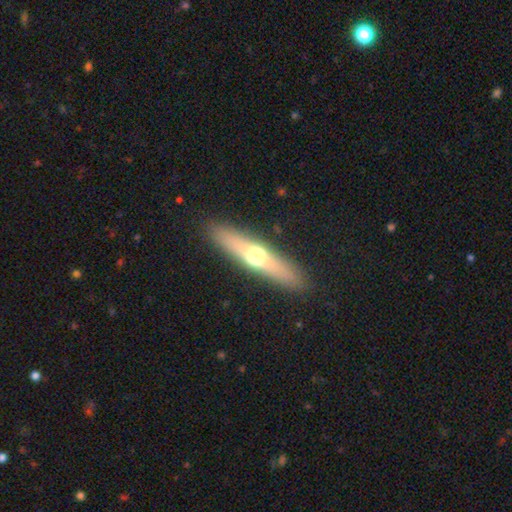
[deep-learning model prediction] Smooth or featured: featured or disk — 47% (smooth — 46%)
Merging: none — 89% (minor disturbance — 7%)